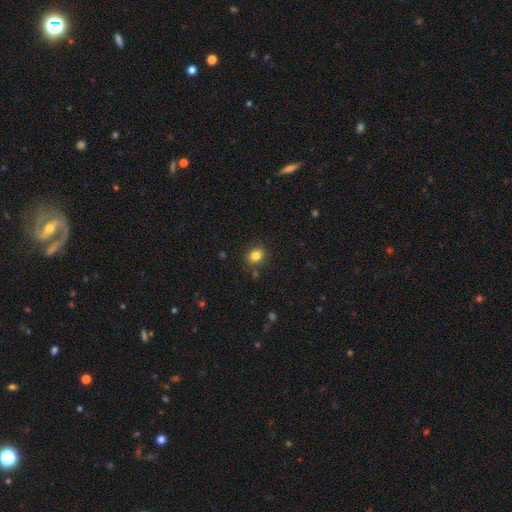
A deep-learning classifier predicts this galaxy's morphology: Q: Smooth or featured?
A: smooth (82%); runner-up: star or artifact (12%)
Q: How rounded?
A: round (58%); runner-up: in between (41%)
Q: Merging?
A: none (85%); runner-up: minor disturbance (10%)